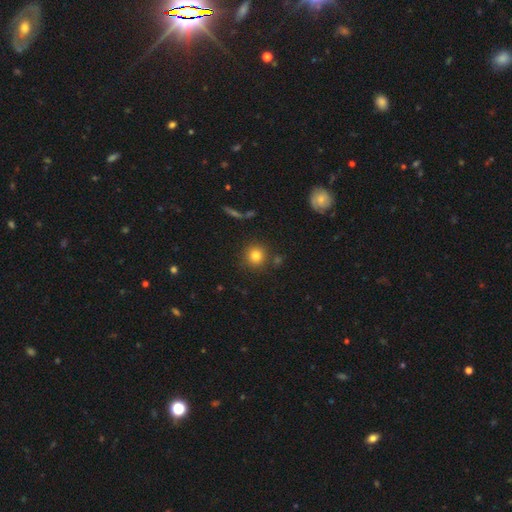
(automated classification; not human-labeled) This appears to be a smooth galaxy with no disk features (81%) that is round (92%). Merging: none (85%).